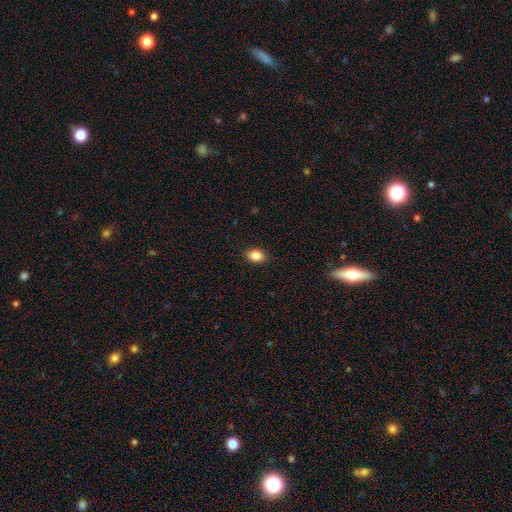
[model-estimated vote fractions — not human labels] This appears to be a smooth galaxy with no disk features (86%) that is in between round and cigar-shaped (75%). Merging: none (88%).